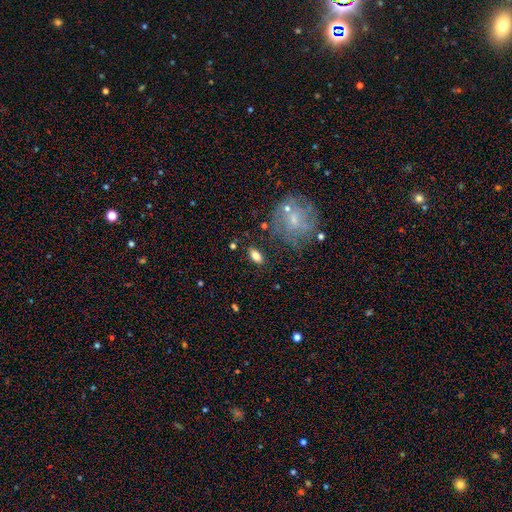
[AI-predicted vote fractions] Overall: smooth (78%). How rounded: in between (86%). Merging: none (84%).